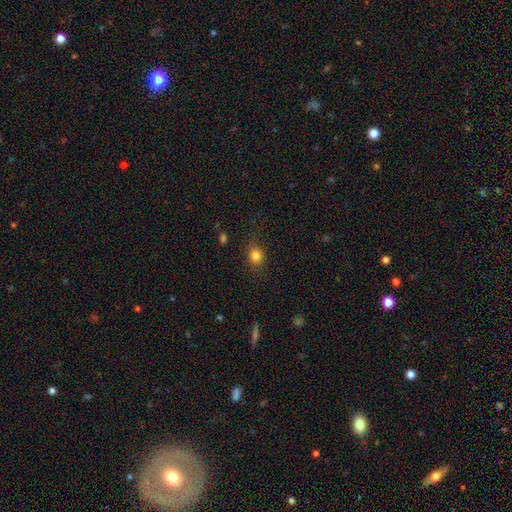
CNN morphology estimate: smooth 82%, star or artifact 12%, featured or disk 6%. Down the decision tree: how rounded — round (74%); merging — none (82%).